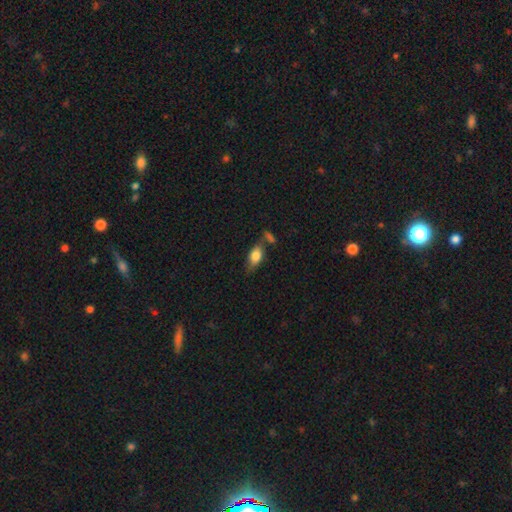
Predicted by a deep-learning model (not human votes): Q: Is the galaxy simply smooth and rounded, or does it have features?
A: smooth — 78%.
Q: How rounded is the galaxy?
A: in between — 86%.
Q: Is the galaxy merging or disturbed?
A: none — 56%.